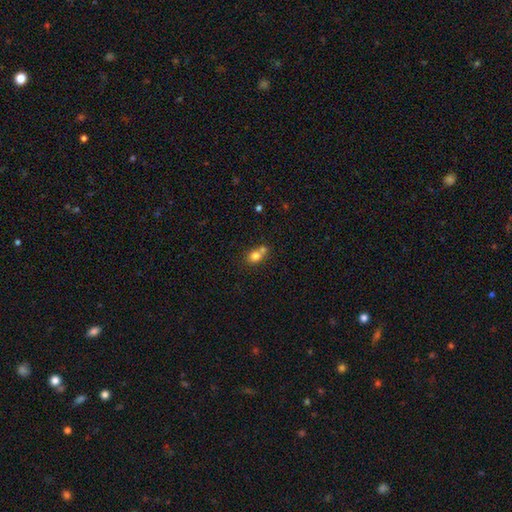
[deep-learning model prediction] Smooth or featured? smooth (77%)
How rounded? round (62%)
Merging? merger (46%)